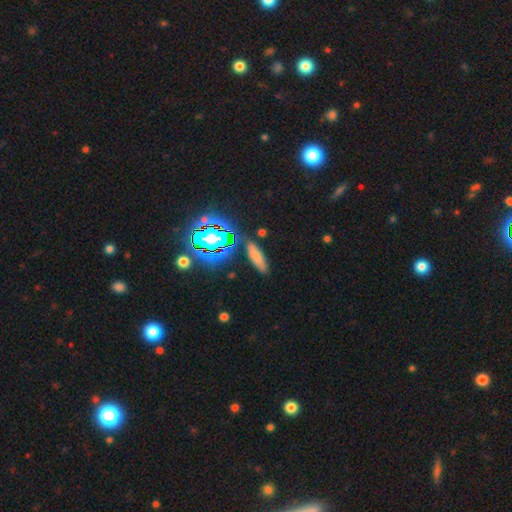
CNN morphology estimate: The model was most divided on "how rounded": cigar-shaped: 53%, in between: 43%, round: 4%. More confident: merging — none (83%); smooth or featured — smooth (65%).